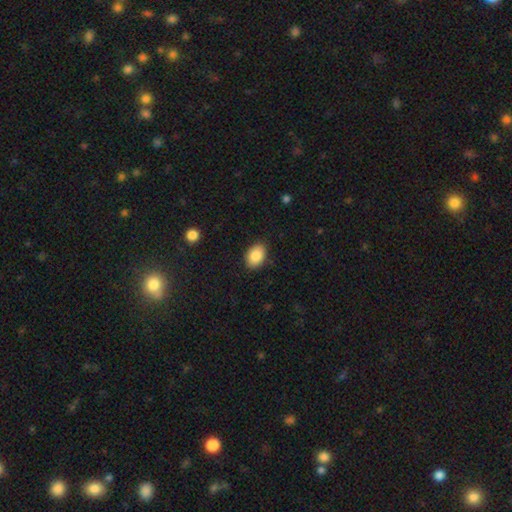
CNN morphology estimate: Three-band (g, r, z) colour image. It shows a smooth galaxy with no disk features (88%) that is in between round and cigar-shaped (83%). Merging: none (86%).